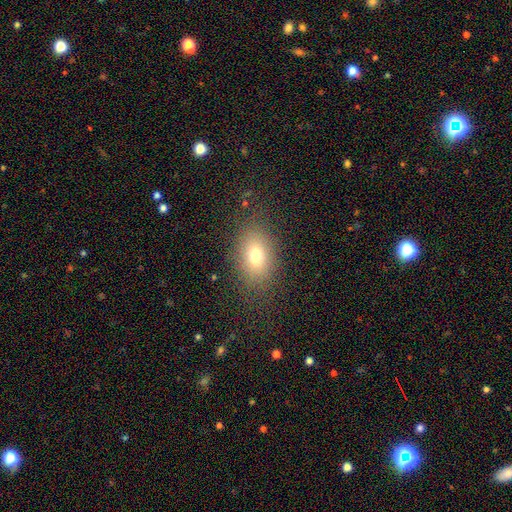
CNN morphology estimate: This is likely a smooth galaxy (73%). How rounded: likely in between (80%). Merging: clearly none (82%).